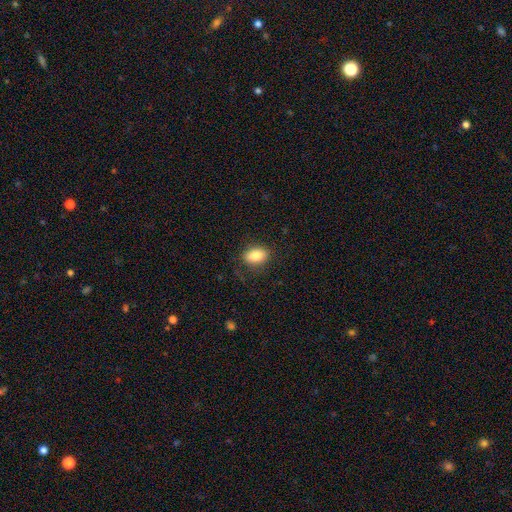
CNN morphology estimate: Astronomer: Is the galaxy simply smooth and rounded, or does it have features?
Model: smooth — 84%.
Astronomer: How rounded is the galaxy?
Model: in between — 85%.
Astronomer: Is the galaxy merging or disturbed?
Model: none — 83%.